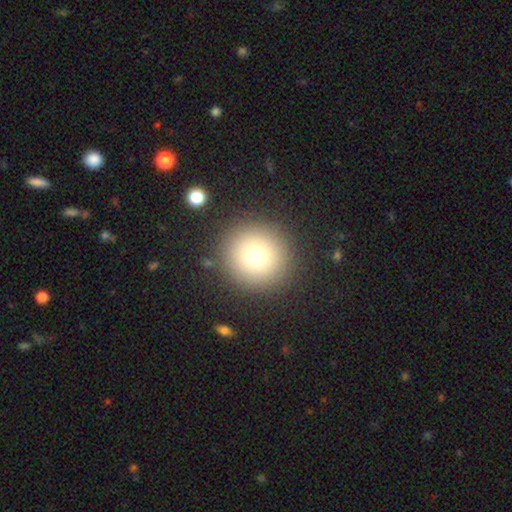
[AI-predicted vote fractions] A smooth galaxy with no disk features (75%) that is round (95%). Merging: none (89%).